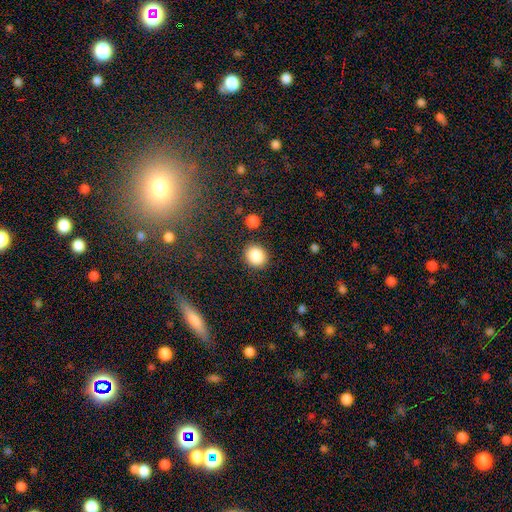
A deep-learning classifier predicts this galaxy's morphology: smooth_or_featured: smooth (p=0.87) [alt: star or artifact p=0.09]
how_rounded: round (p=0.74) [alt: in between p=0.25]
merging: none (p=0.88) [alt: minor disturbance p=0.07]